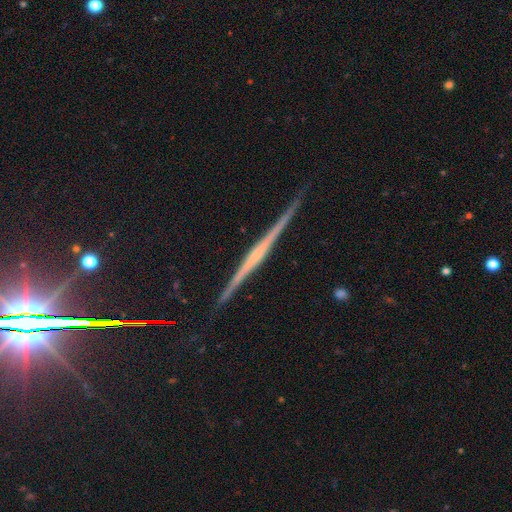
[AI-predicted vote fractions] Q: Smooth or featured?
A: featured or disk (75%); runner-up: smooth (13%)
Q: Edge-on disk?
A: yes (98%); runner-up: no (2%)
Q: Edge-on bulge?
A: none (55%); runner-up: rounded (31%)
Q: Merging?
A: none (91%); runner-up: minor disturbance (6%)